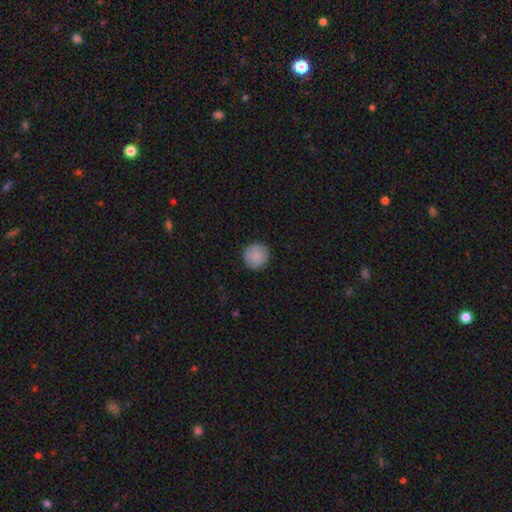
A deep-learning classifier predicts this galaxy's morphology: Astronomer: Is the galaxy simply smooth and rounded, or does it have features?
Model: smooth — 88%.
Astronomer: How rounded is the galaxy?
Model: round — 94%.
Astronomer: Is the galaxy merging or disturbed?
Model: none — 90%.